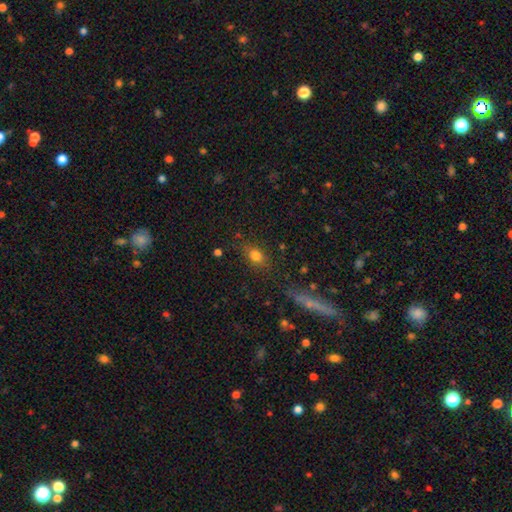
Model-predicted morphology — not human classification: A smooth galaxy with no disk features (77%) that is in between round and cigar-shaped (63%). Merging: none (77%).